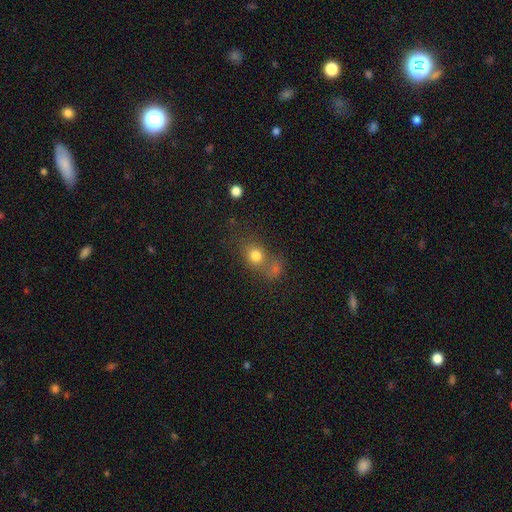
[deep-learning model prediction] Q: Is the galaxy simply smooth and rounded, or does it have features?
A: smooth — 75%.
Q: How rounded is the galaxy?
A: round — 59%.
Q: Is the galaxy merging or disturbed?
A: none — 39%.